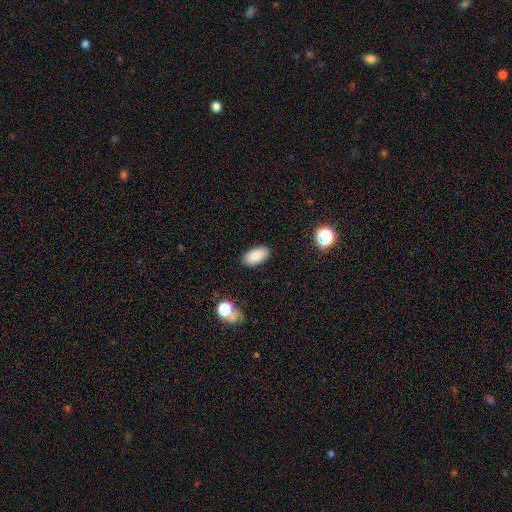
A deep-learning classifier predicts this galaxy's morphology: A smooth galaxy with no disk features (86%) that is in between round and cigar-shaped (94%).

Vote fractions:
- Smooth or featured? smooth: 86% / star or artifact: 8% / featured or disk: 6%
- How rounded? in between: 94% / round: 3% / cigar-shaped: 3%
- Merging? none: 88% / minor disturbance: 9% / major disturbance: 2% / merger: 1%